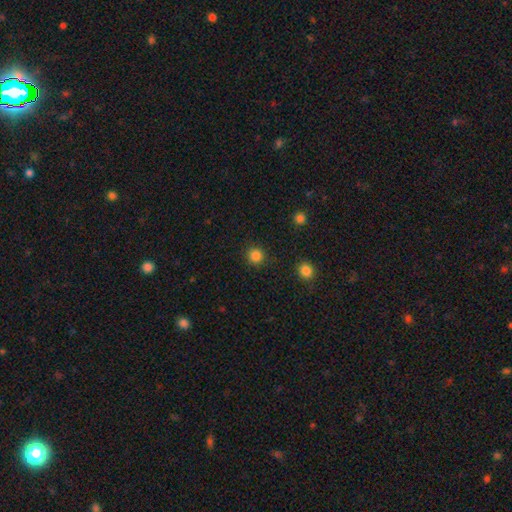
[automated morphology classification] A smooth galaxy with no disk features (85%) that is round (93%). Merging: none (90%).